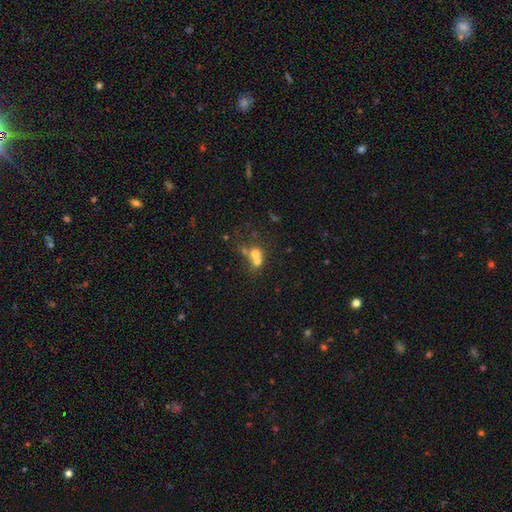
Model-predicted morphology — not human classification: type=smooth (62%); roundness=round (78%); merging=merger (62%).